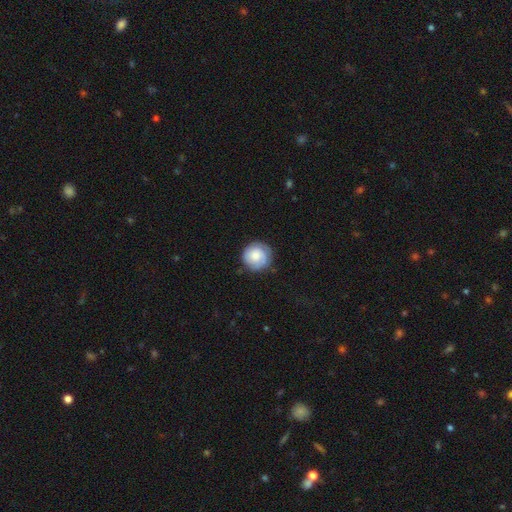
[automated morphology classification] A smooth galaxy with no disk features (55%) that is round (93%). Merging: none (78%).